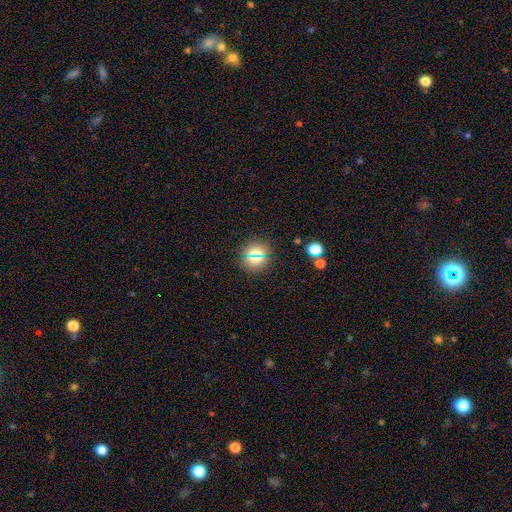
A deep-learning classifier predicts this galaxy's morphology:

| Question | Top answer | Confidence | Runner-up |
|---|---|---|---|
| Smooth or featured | smooth | 66% | star or artifact (25%) |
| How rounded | round | 88% | in between (11%) |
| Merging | none | 88% | minor disturbance (7%) |